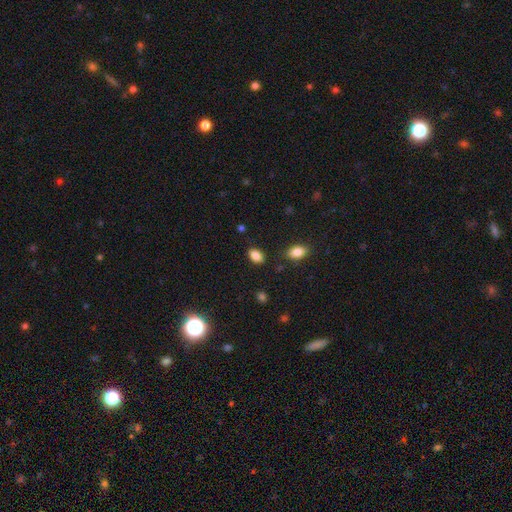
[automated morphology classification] Smooth or featured: smooth — 86% (star or artifact — 9%)
How rounded: in between — 89% (round — 10%)
Merging: none — 83% (minor disturbance — 11%)